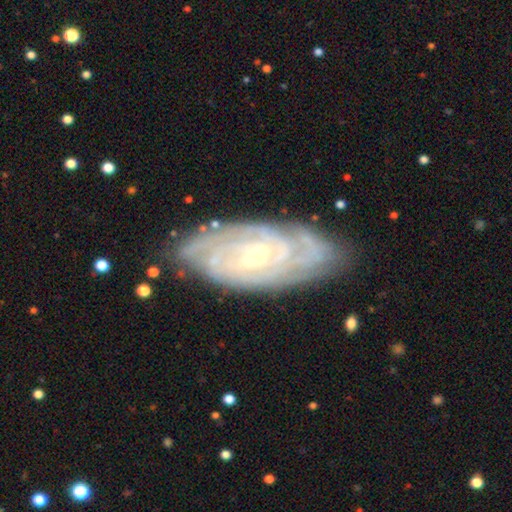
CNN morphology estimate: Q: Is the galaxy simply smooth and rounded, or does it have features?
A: featured or disk — 86%.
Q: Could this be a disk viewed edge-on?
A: no — 92%.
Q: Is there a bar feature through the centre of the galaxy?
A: weak — 49%.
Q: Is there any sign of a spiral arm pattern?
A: yes — 97%.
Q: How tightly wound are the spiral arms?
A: tight — 77%.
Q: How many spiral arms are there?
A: can't tell — 33%.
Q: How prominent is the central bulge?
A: small — 59%.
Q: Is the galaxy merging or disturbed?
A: none — 77%.